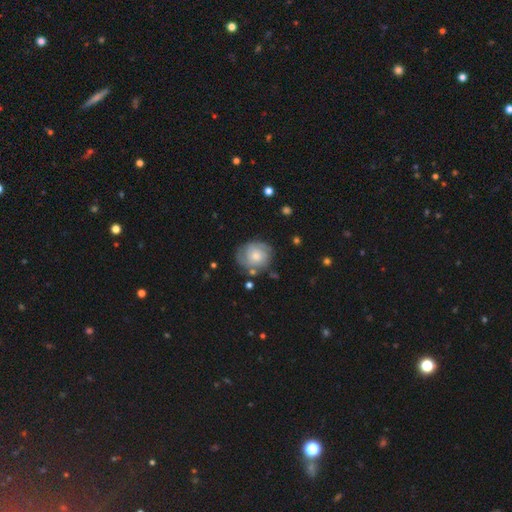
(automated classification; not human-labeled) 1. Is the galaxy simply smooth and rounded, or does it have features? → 49% smooth, 44% featured or disk, 7% star or artifact.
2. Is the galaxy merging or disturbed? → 67% none, 21% minor disturbance, 8% major disturbance, 4% merger.